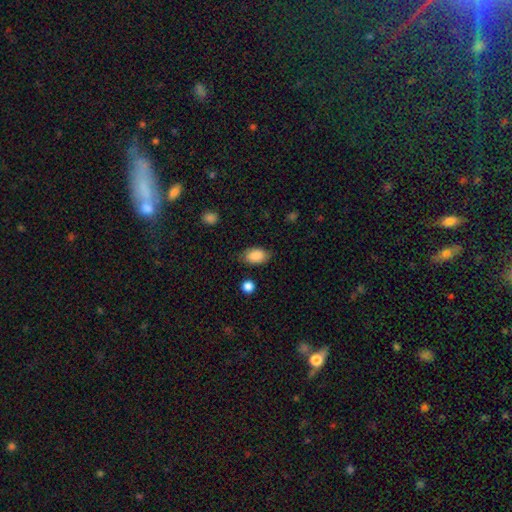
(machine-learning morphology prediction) Smooth or featured?
  - smooth: 88% *
  - star or artifact: 7%
  - featured or disk: 5%
How rounded?
  - in between: 90% *
  - round: 9%
  - cigar-shaped: 2%
Merging?
  - none: 80% *
  - minor disturbance: 15%
  - major disturbance: 4%
  - merger: 2%